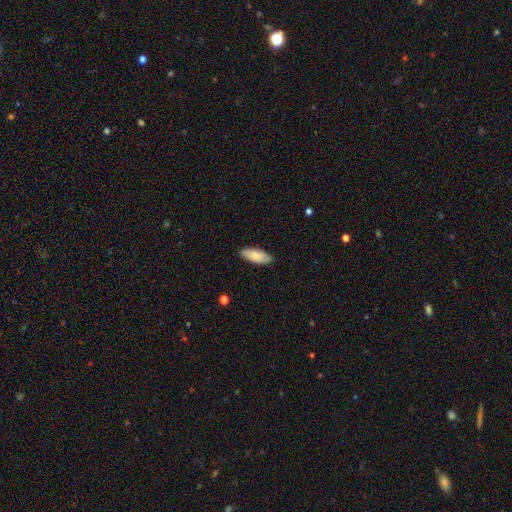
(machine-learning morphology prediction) Q: Smooth or featured?
A: smooth (80%); runner-up: featured or disk (15%)
Q: How rounded?
A: in between (82%); runner-up: cigar-shaped (16%)
Q: Merging?
A: none (83%); runner-up: minor disturbance (13%)